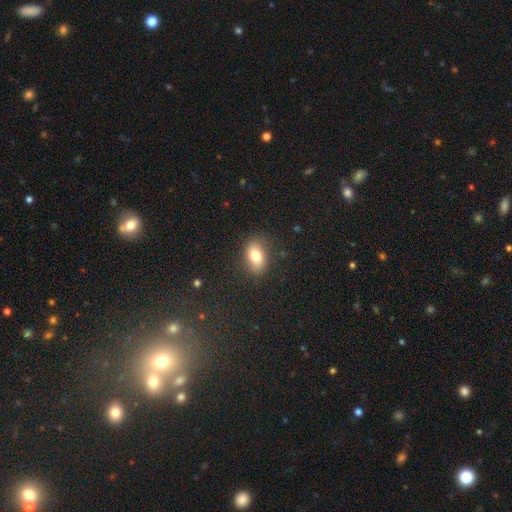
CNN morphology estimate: smooth_or_featured: smooth (p=0.80) [alt: featured or disk p=0.10]
how_rounded: in between (p=0.84) [alt: round p=0.13]
merging: none (p=0.82) [alt: minor disturbance p=0.13]